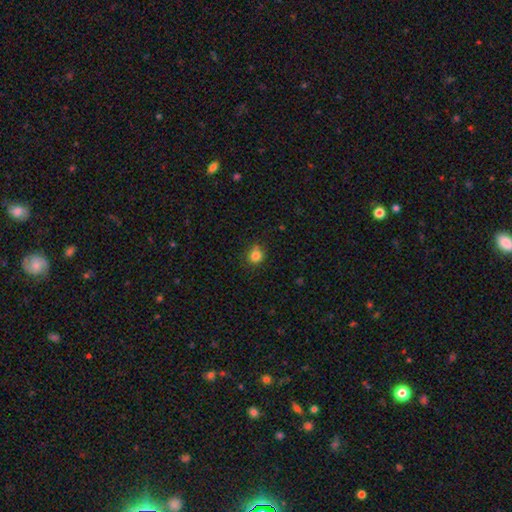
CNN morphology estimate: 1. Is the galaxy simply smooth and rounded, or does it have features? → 82% smooth, 12% star or artifact, 6% featured or disk.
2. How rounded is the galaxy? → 81% round, 18% in between, 1% cigar-shaped.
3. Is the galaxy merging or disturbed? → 71% none, 20% minor disturbance, 5% merger, 4% major disturbance.